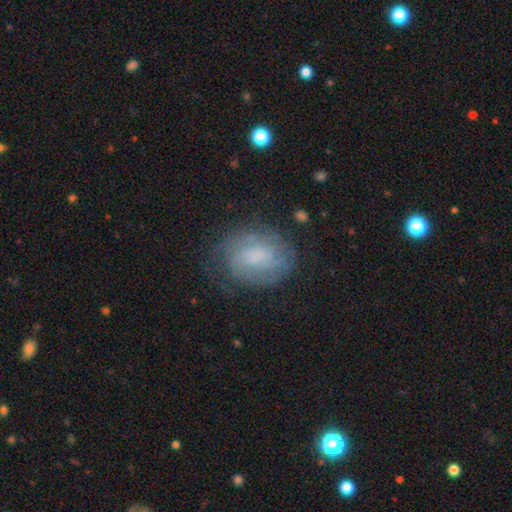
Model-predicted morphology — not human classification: Smooth or featured?
  - featured or disk: 49% *
  - smooth: 41%
  - star or artifact: 10%
Merging?
  - none: 69% *
  - minor disturbance: 20%
  - major disturbance: 10%
  - merger: 2%